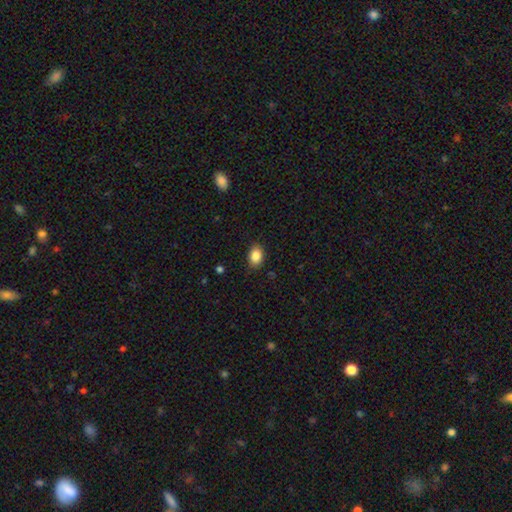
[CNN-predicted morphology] smooth_or_featured: smooth (p=0.86) [alt: star or artifact p=0.09]
how_rounded: in between (p=0.74) [alt: round p=0.24]
merging: none (p=0.83) [alt: minor disturbance p=0.13]